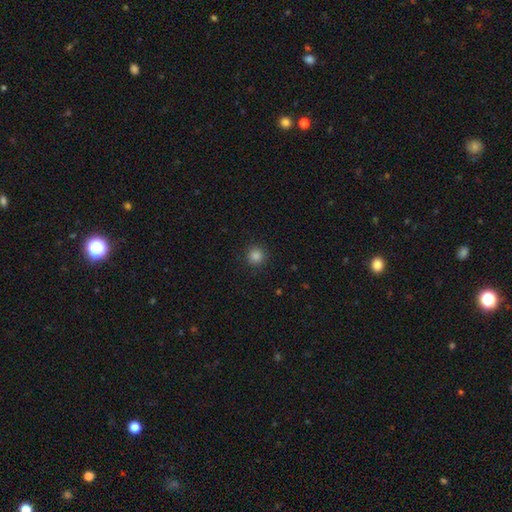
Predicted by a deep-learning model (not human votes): Morphology: type=smooth (84%); roundness=round (95%); merging=none (92%).